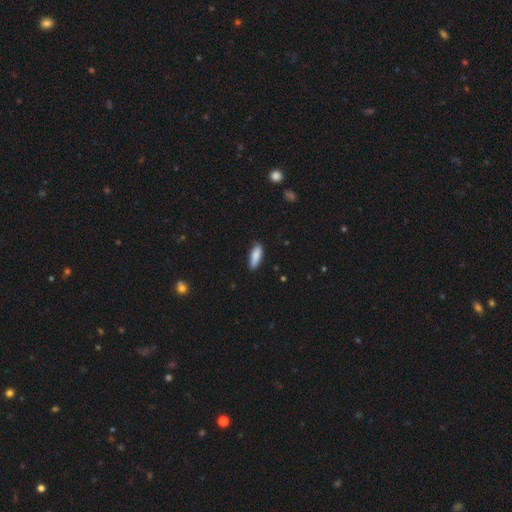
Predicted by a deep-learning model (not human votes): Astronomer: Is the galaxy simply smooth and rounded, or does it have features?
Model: smooth — 86%.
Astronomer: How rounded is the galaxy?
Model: in between — 60% (runner-up: cigar-shaped, 39%).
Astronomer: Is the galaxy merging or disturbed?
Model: none — 80%.